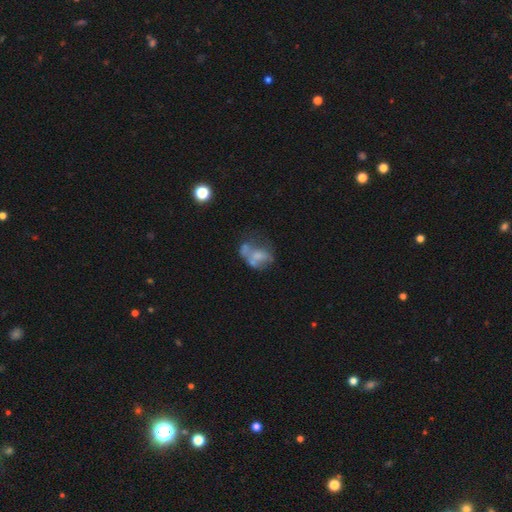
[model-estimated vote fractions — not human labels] smooth_or_featured: featured or disk (p=0.48) [alt: smooth p=0.39]
merging: major disturbance (p=0.28) [tied with: merger p=0.28]